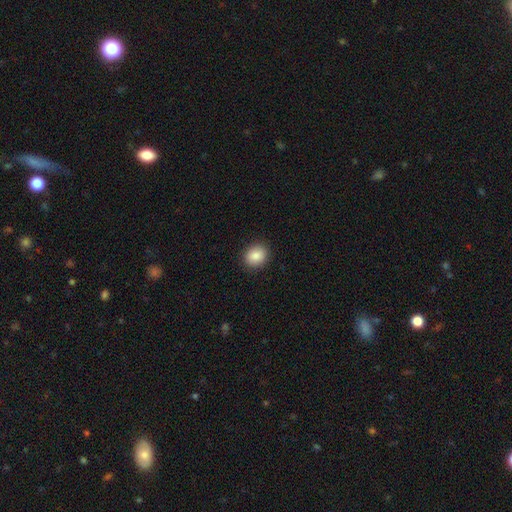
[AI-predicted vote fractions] The model was most divided on "how rounded": round: 63%, in between: 36%, cigar-shaped: 1%. More confident: merging — none (90%); smooth or featured — smooth (87%).